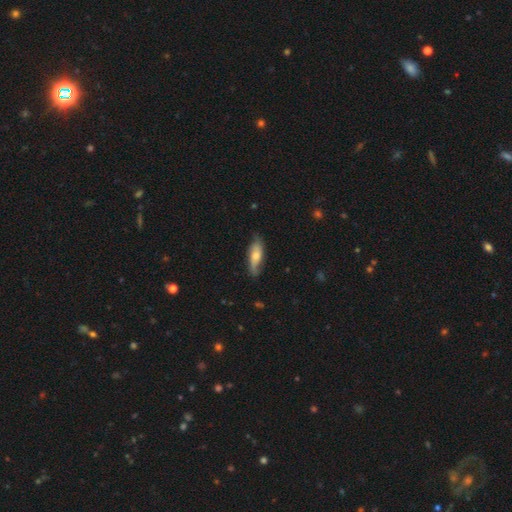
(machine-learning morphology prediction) This appears to be a smooth galaxy with no disk features (53%) that is in between round and cigar-shaped (55%). Merging: none (74%).